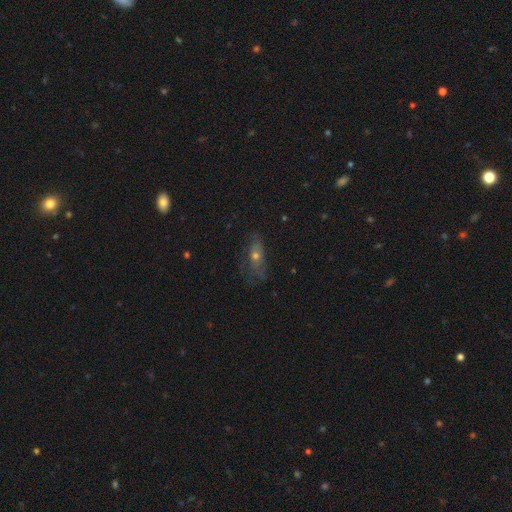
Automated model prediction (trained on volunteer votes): Smooth or featured: featured or disk — 47% (smooth — 38%)
Merging: none — 54% (minor disturbance — 26%)